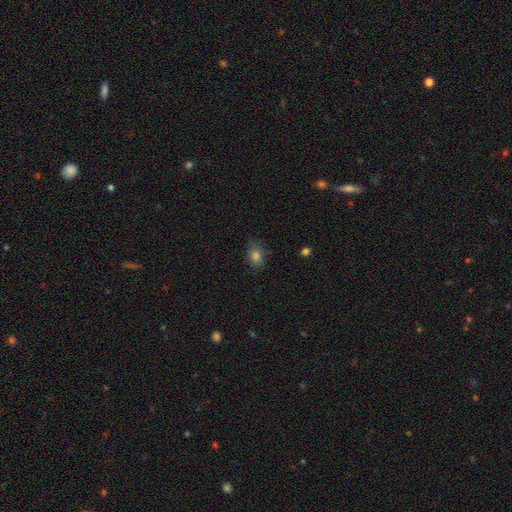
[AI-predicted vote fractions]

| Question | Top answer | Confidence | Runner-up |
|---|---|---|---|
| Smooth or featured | smooth | 81% | star or artifact (12%) |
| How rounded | in between | 64% | round (35%) |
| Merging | none | 70% | minor disturbance (22%) |